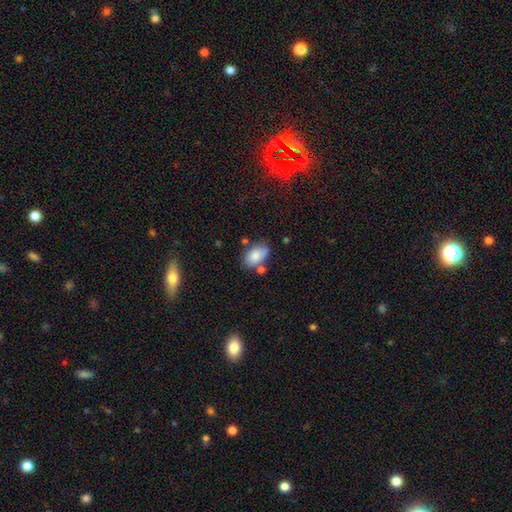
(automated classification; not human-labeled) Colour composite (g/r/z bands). It shows a smooth galaxy with no disk features (74%) that is in between round and cigar-shaped (89%). Merging: none (53%).